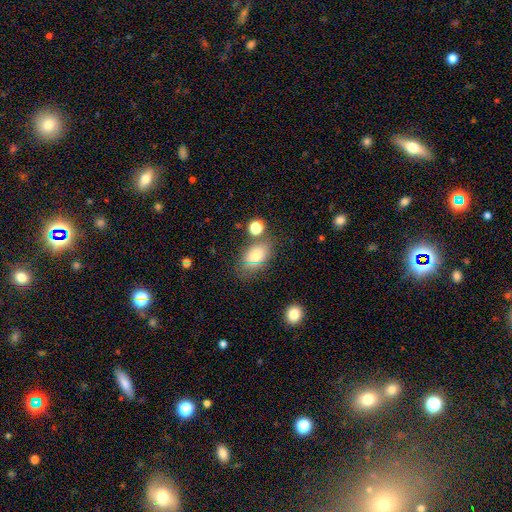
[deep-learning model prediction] Smooth or featured?
  - smooth: 72% *
  - featured or disk: 15%
  - star or artifact: 13%
How rounded?
  - in between: 82% *
  - round: 16%
  - cigar-shaped: 2%
Merging?
  - none: 66% *
  - minor disturbance: 18%
  - merger: 11%
  - major disturbance: 6%